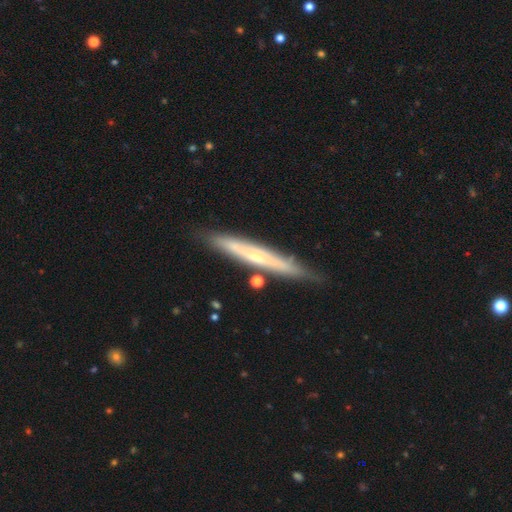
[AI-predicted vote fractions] Smooth or featured? Predicted: featured or disk (p=0.56). Edge-on disk? Predicted: yes (p=0.87). Merging? Predicted: none (p=0.80).